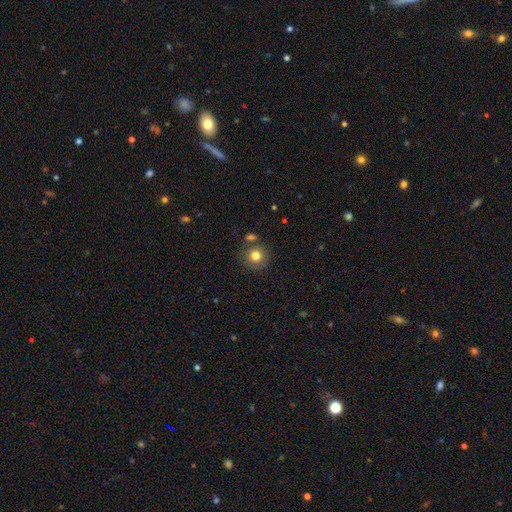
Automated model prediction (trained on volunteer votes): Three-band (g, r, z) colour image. It shows a smooth galaxy with no disk features (78%) that is round (91%). Merging: none (76%).